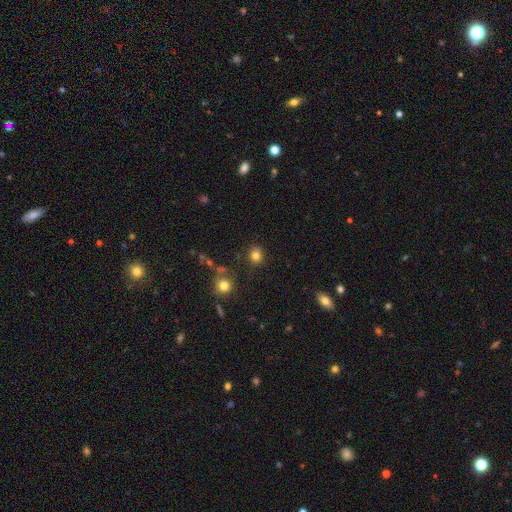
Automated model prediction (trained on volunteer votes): Smooth or featured?
  - smooth: 80% *
  - star or artifact: 14%
  - featured or disk: 6%
How rounded?
  - round: 76% *
  - in between: 23%
  - cigar-shaped: 1%
Merging?
  - none: 84% *
  - minor disturbance: 10%
  - merger: 3%
  - major disturbance: 3%